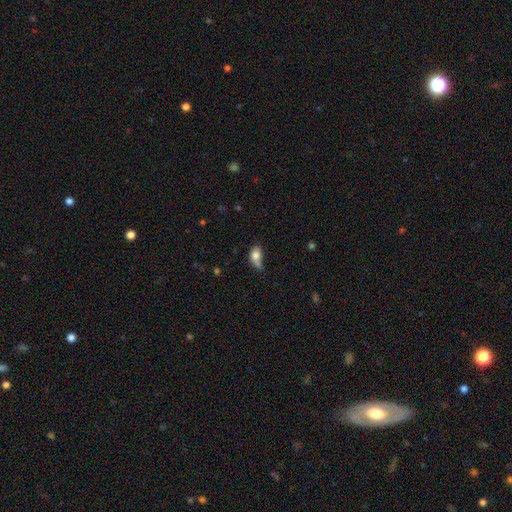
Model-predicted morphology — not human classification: Q: Smooth or featured?
A: smooth (76%); runner-up: featured or disk (15%)
Q: How rounded?
A: in between (79%); runner-up: round (17%)
Q: Merging?
A: minor disturbance (34%); runner-up: none (30%)